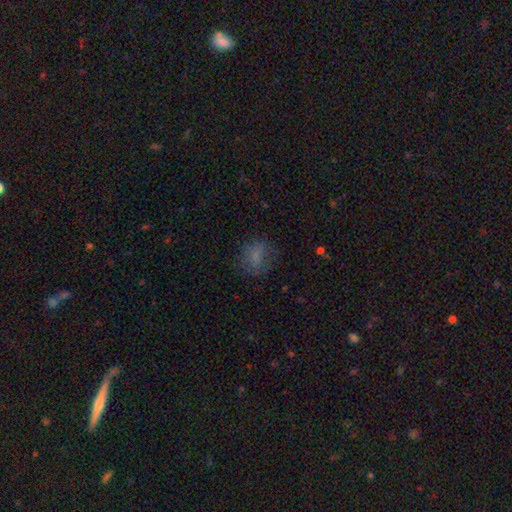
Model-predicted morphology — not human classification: Smooth or featured? smooth (71%)
How rounded? round (49%, tied with in between)
Merging? none (66%)